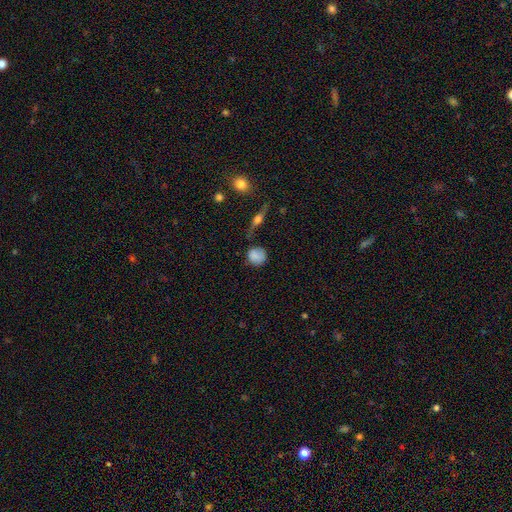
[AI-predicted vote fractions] The model was most divided on "merging": none: 69%, minor disturbance: 21%, major disturbance: 6%, merger: 4%. More confident: how rounded — round (84%); smooth or featured — smooth (81%).